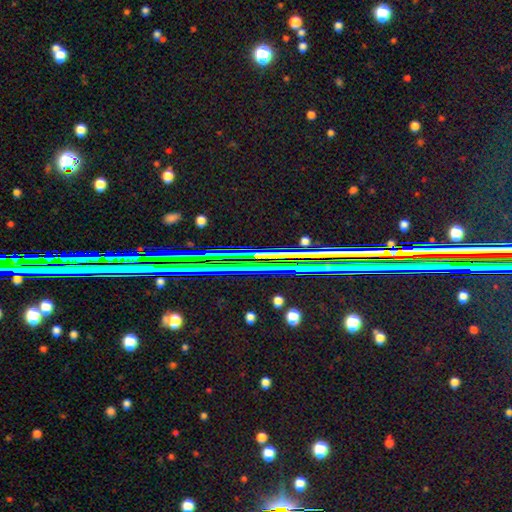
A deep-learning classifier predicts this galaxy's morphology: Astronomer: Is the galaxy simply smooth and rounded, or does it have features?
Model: star or artifact — 80%.